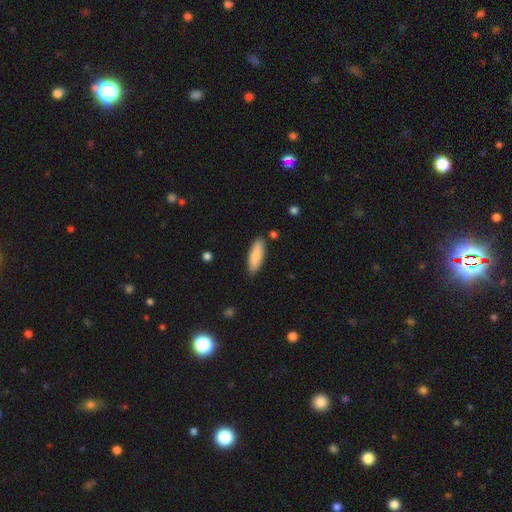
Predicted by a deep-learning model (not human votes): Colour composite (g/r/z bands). It shows a smooth galaxy with no disk features (85%) that is in between round and cigar-shaped (53%). Merging: none (85%).